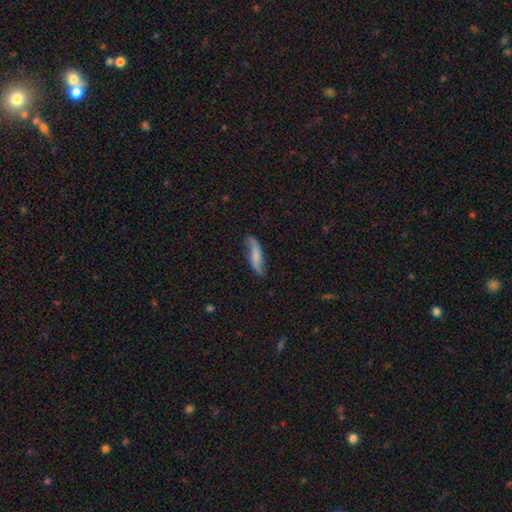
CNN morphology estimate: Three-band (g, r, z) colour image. It shows a featured or disk galaxy (49%). Merging: none (69%).